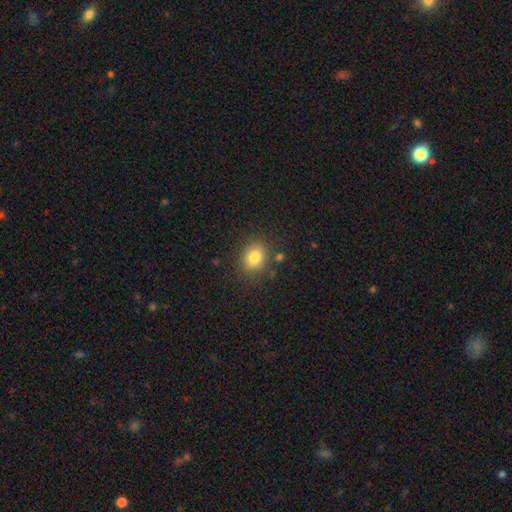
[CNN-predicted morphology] Smooth or featured: smooth — 81% (star or artifact — 12%)
How rounded: round — 59% (in between — 40%)
Merging: none — 83% (minor disturbance — 10%)